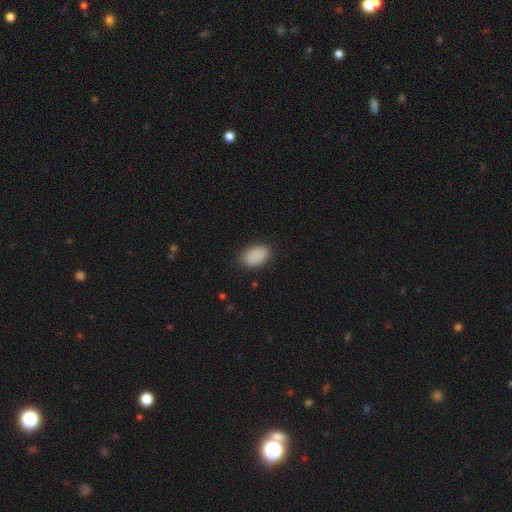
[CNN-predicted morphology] This appears to be a smooth galaxy with no disk features (89%) that is in between round and cigar-shaped (89%). Merging: none (85%).